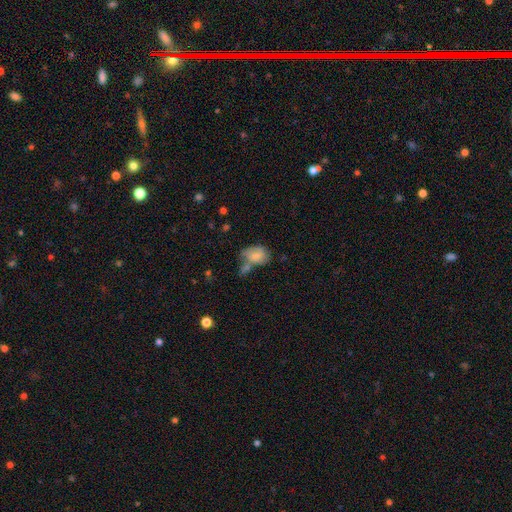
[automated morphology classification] Overall: smooth (70%). How rounded: in between (76%). Merging: merger (32%, tied with none).